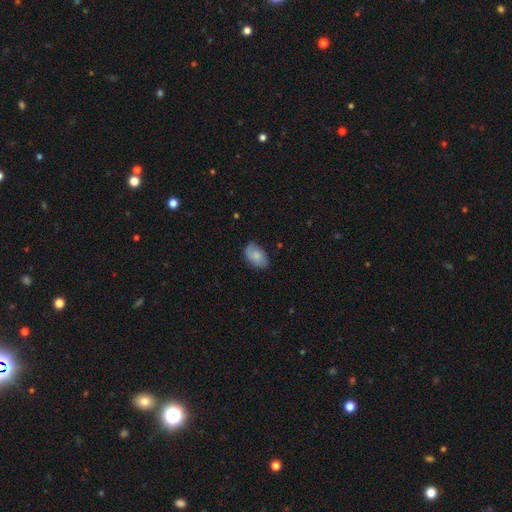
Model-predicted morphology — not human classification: type=smooth (76%); roundness=in between (91%); merging=none (75%).